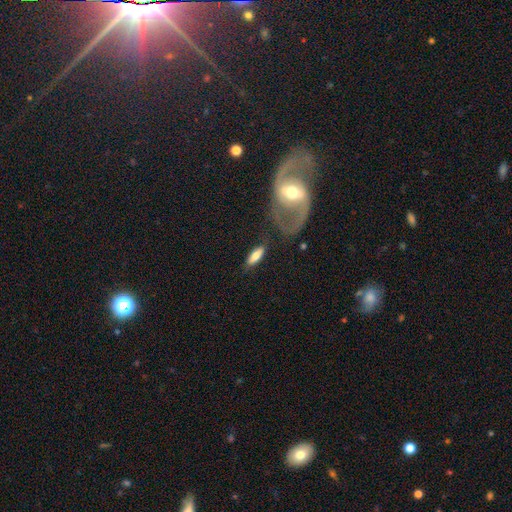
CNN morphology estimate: This is likely a smooth galaxy (69%). How rounded: possibly in between (55%). Merging: likely none (70%).